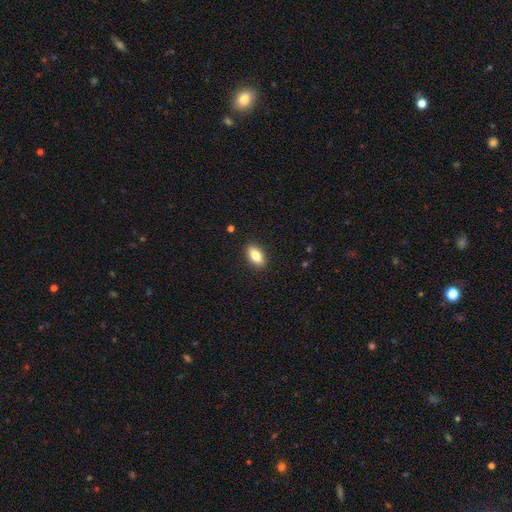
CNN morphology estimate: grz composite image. It shows a smooth galaxy with no disk features (82%) that is in between round and cigar-shaped (87%). Merging: none (89%).